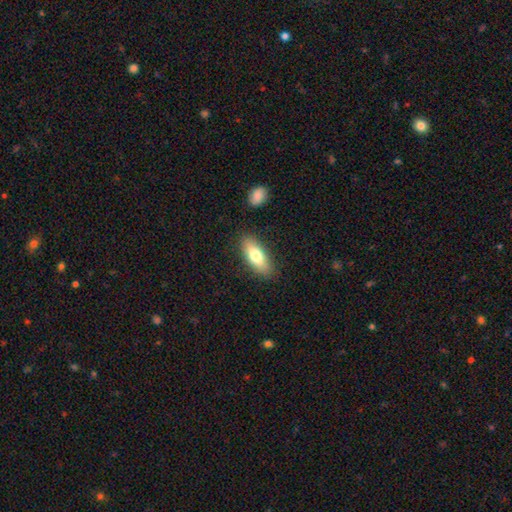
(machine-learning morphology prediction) smooth-or-featured: smooth: 75% | featured or disk: 19% | star or artifact: 6%
  how-rounded: in between: 74% | cigar-shaped: 23% | round: 2%
  merging: none: 85% | minor disturbance: 10% | major disturbance: 2% | merger: 2%